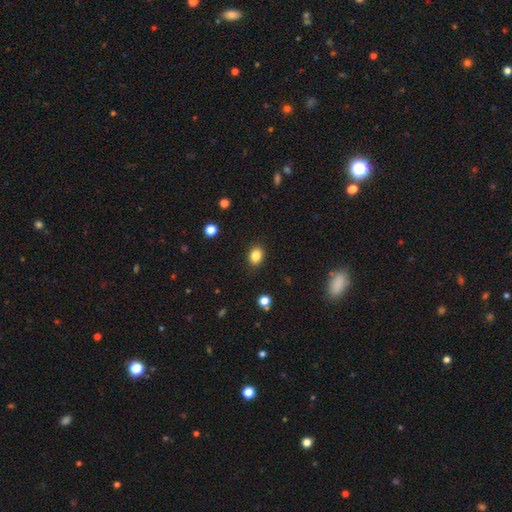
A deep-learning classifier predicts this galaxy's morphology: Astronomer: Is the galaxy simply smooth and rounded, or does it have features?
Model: smooth — 85%.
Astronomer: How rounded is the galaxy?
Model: in between — 63%.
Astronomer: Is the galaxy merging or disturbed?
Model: none — 88%.